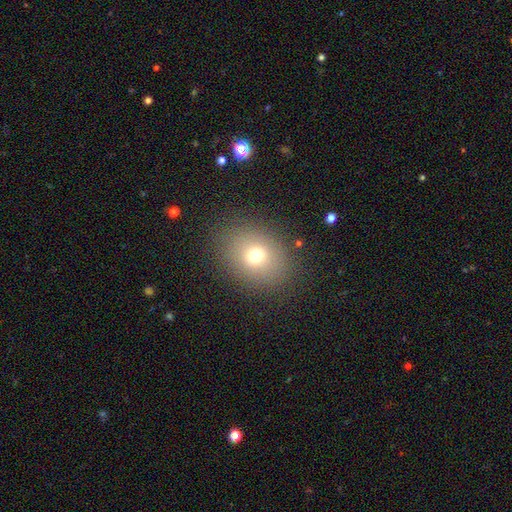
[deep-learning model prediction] A smooth galaxy with no disk features (71%) that is round (52%). Merging: none (85%).